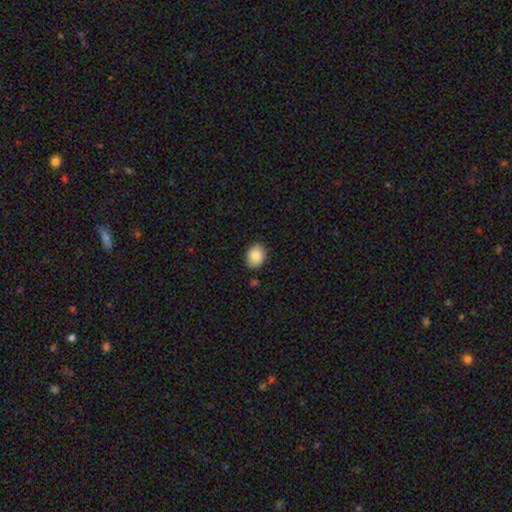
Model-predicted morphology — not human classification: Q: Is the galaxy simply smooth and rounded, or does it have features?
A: smooth — 87%.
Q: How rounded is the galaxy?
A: in between — 61%.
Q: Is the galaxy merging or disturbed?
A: none — 85%.